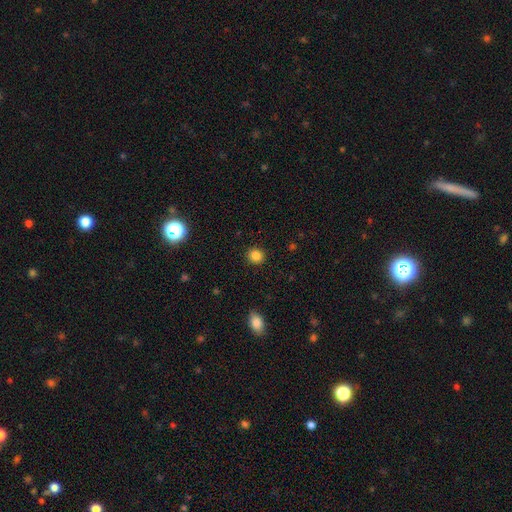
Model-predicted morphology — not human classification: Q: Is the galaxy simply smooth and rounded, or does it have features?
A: smooth — 84%.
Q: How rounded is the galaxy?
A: round — 84%.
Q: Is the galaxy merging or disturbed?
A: none — 91%.